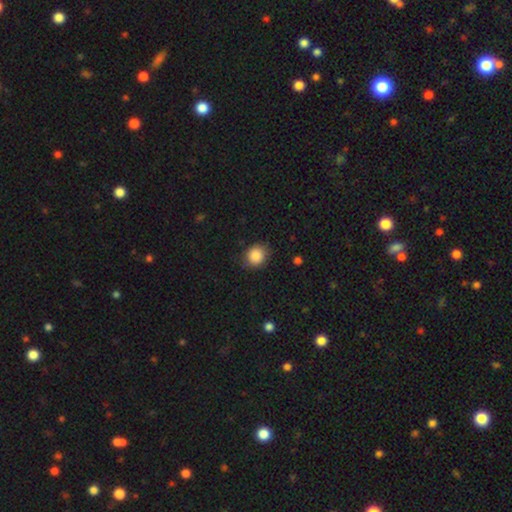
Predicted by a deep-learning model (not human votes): Smooth or featured?
  - smooth: 87% *
  - star or artifact: 9%
  - featured or disk: 4%
How rounded?
  - round: 80% *
  - in between: 19%
  - cigar-shaped: 1%
Merging?
  - none: 80% *
  - minor disturbance: 15%
  - major disturbance: 3%
  - merger: 1%